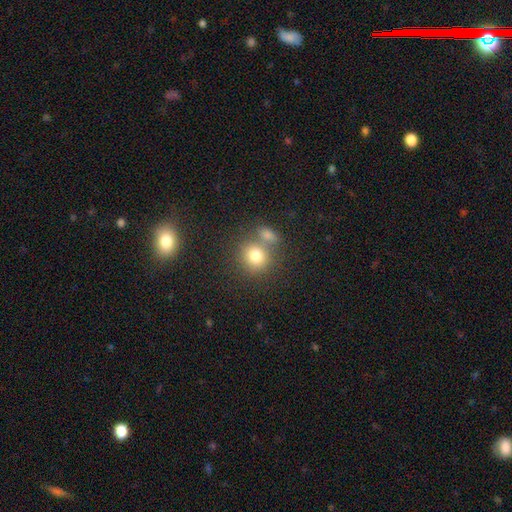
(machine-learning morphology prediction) A smooth galaxy with no disk features (78%) that is round (83%).

Vote fractions:
- Smooth or featured? smooth: 78% / star or artifact: 12% / featured or disk: 10%
- How rounded? round: 83% / in between: 16% / cigar-shaped: 1%
- Merging? none: 55% / merger: 31% / minor disturbance: 10% / major disturbance: 4%